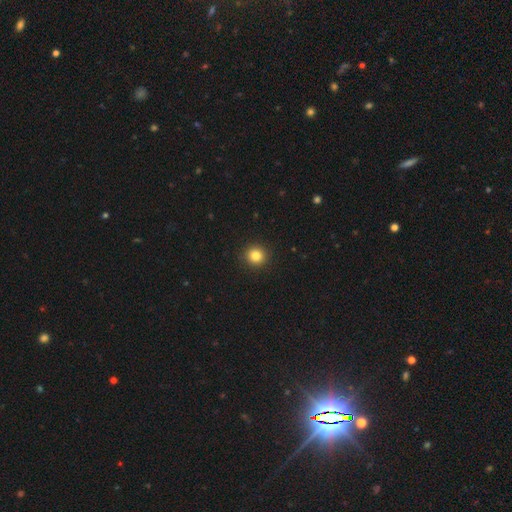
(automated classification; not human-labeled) The model was most divided on "smooth or featured": smooth: 84%, star or artifact: 11%, featured or disk: 5%. More confident: merging — none (93%); how rounded — round (92%).